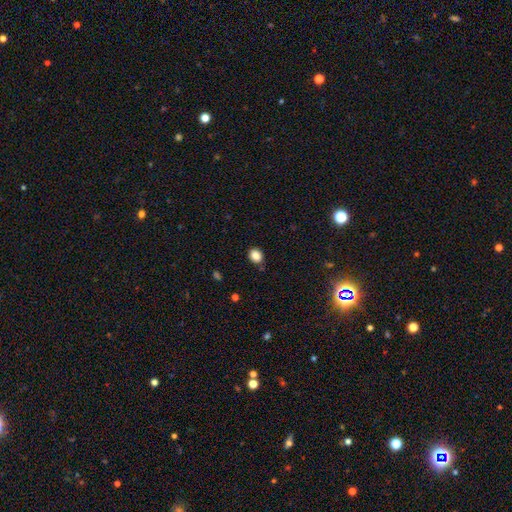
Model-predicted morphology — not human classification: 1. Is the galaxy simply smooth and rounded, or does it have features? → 86% smooth, 10% star or artifact, 4% featured or disk.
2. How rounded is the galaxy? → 57% round, 42% in between, 1% cigar-shaped.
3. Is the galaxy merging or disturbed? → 86% none, 10% minor disturbance, 2% major disturbance, 2% merger.